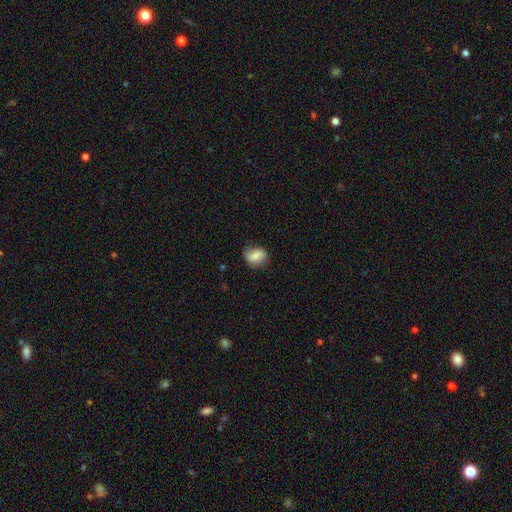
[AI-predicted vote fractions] smooth 63%, featured or disk 28%, star or artifact 9%. Down the decision tree: how rounded — in between (54%); merging — none (70%).